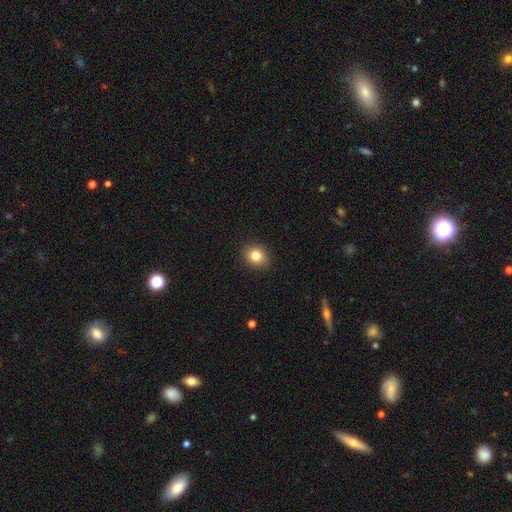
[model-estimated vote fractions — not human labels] Morphology: type=smooth (82%); roundness=round (69%); merging=none (90%).